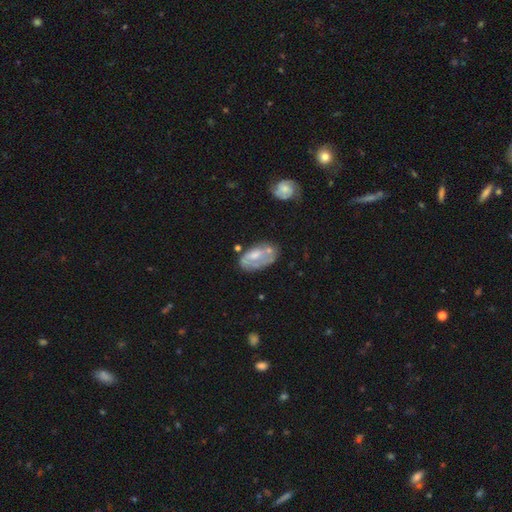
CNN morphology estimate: Smooth or featured?
  - featured or disk: 48% *
  - smooth: 44%
  - star or artifact: 7%
Merging?
  - none: 46% *
  - minor disturbance: 28%
  - major disturbance: 16%
  - merger: 11%